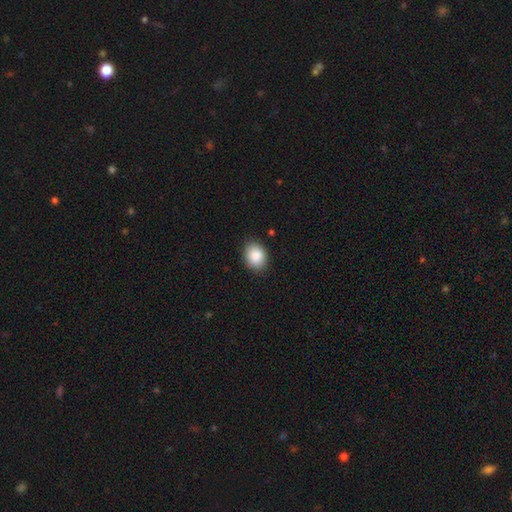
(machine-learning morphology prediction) Smooth or featured? smooth (88%)
How rounded? in between (60%)
Merging? none (87%)